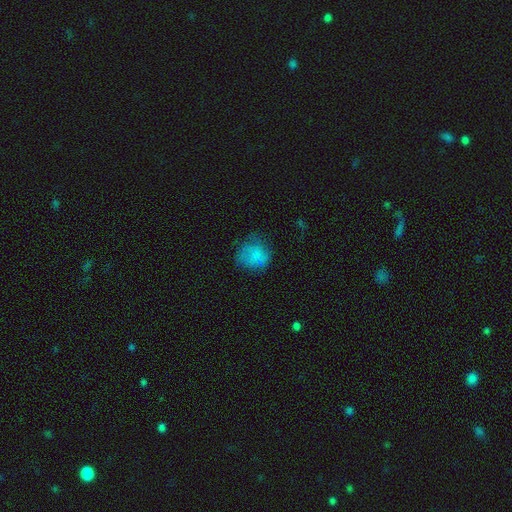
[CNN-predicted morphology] This appears to be a smooth galaxy with no disk features (69%) that is round (74%). Merging: none (55%).